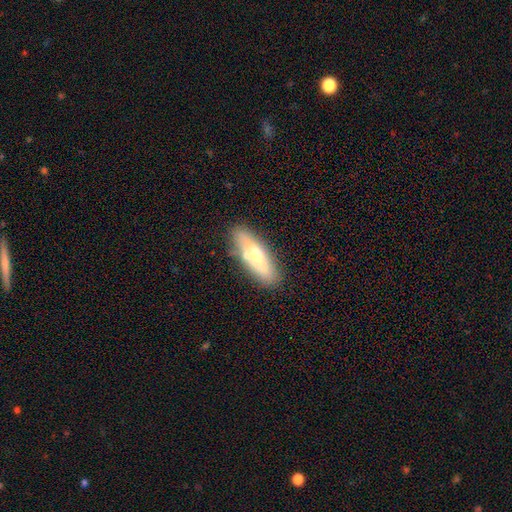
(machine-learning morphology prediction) Smooth or featured? smooth (59%)
How rounded? cigar-shaped (51%)
Merging? none (85%)